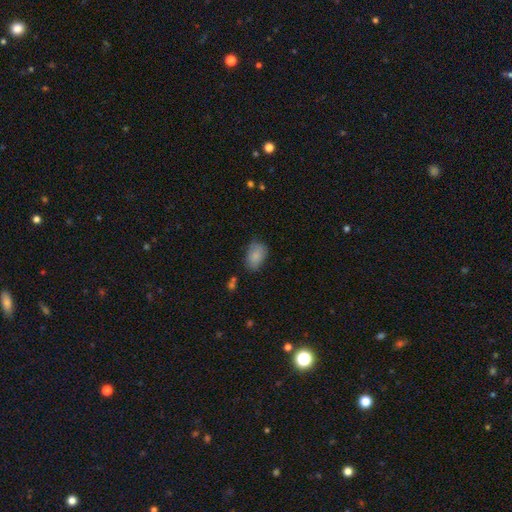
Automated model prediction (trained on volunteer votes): smooth-or-featured: smooth: 84% | featured or disk: 8% | star or artifact: 8%
  how-rounded: in between: 88% | round: 11% | cigar-shaped: 1%
  merging: none: 68% | minor disturbance: 24% | major disturbance: 5% | merger: 3%